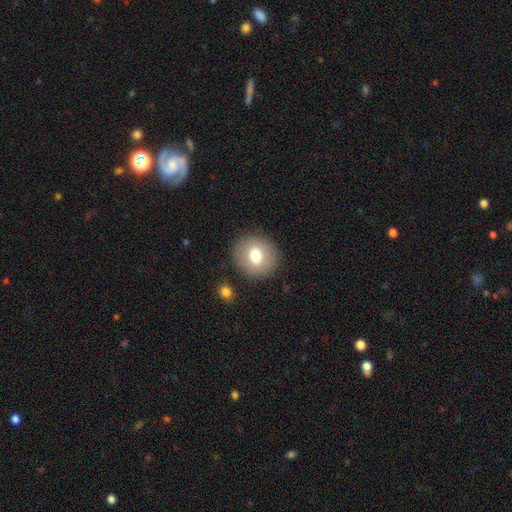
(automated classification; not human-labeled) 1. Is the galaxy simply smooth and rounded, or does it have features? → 73% smooth, 17% featured or disk, 10% star or artifact.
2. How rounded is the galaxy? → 83% round, 16% in between, 1% cigar-shaped.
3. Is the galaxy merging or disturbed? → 88% none, 8% minor disturbance, 3% major disturbance, 2% merger.